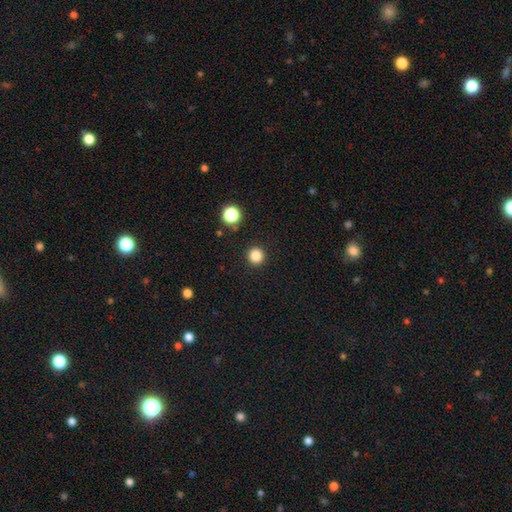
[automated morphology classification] Smooth or featured: smooth — 85% (star or artifact — 12%)
How rounded: round — 93% (in between — 6%)
Merging: none — 92% (minor disturbance — 5%)